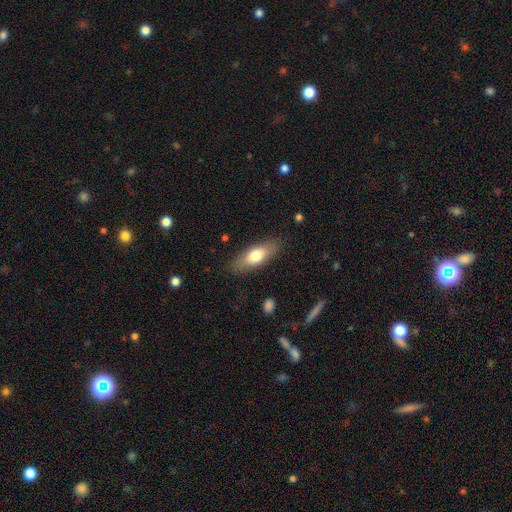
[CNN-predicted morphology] Q: Smooth or featured?
A: smooth (69%); runner-up: featured or disk (25%)
Q: How rounded?
A: in between (68%); runner-up: cigar-shaped (29%)
Q: Merging?
A: none (84%); runner-up: minor disturbance (12%)